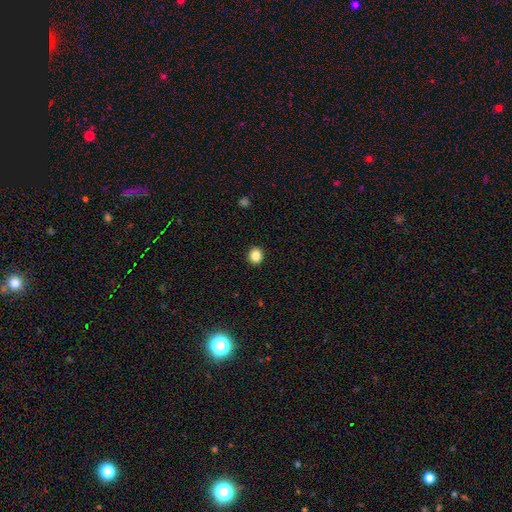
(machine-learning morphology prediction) Overall: smooth (86%). How rounded: round (82%). Merging: none (93%).